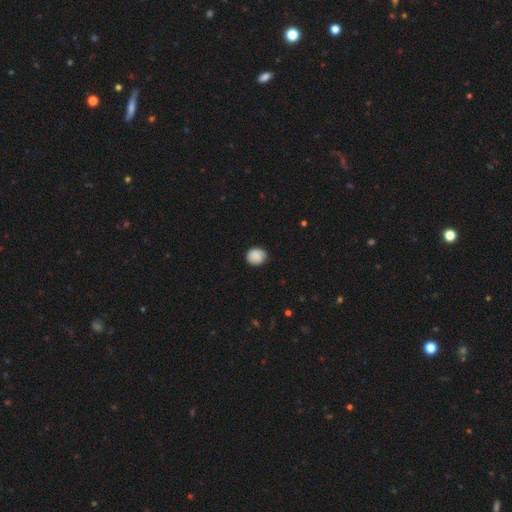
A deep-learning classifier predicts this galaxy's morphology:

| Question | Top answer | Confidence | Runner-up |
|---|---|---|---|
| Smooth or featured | smooth | 88% | star or artifact (8%) |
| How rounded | round | 79% | in between (20%) |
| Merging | none | 83% | minor disturbance (14%) |